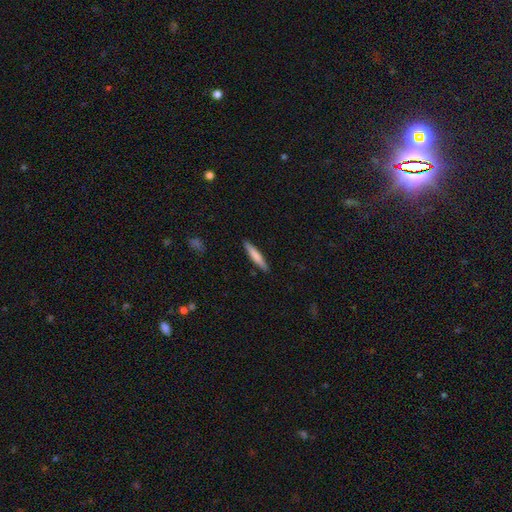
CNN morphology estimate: Smooth or featured: smooth — 72% (featured or disk — 23%)
How rounded: cigar-shaped — 93% (in between — 6%)
Merging: none — 90% (minor disturbance — 7%)